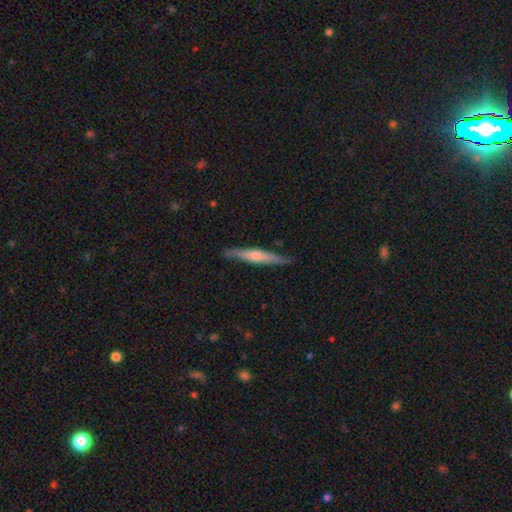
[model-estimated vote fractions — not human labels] A featured or disk galaxy (69%) viewed edge-on (96%) with a rounded central bulge (77%). Merging: none (88%).